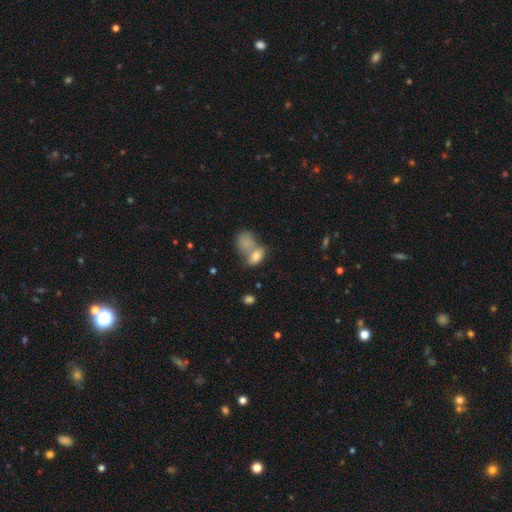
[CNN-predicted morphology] Smooth or featured?
  - smooth: 79% *
  - featured or disk: 13%
  - star or artifact: 9%
How rounded?
  - in between: 85% *
  - round: 12%
  - cigar-shaped: 3%
Merging?
  - merger: 49% *
  - none: 34%
  - minor disturbance: 12%
  - major disturbance: 6%